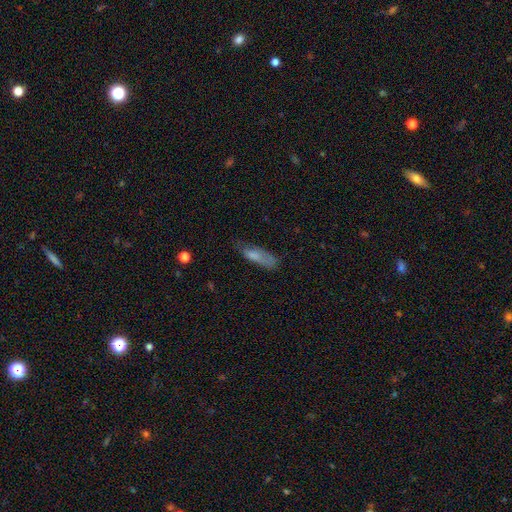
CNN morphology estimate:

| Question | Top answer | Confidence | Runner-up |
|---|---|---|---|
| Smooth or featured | smooth | 72% | featured or disk (19%) |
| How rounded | cigar-shaped | 50% | in between (48%) |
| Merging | none | 47% | minor disturbance (33%) |